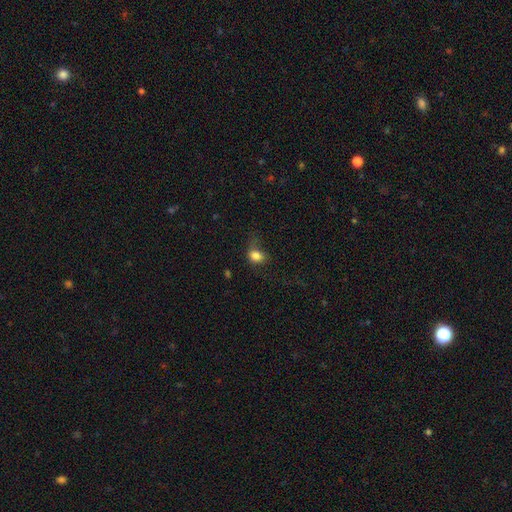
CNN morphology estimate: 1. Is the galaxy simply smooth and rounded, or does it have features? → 82% smooth, 10% star or artifact, 8% featured or disk.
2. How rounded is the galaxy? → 62% in between, 36% round, 1% cigar-shaped.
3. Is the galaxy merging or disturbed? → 42% none, 30% minor disturbance, 25% major disturbance, 3% merger.